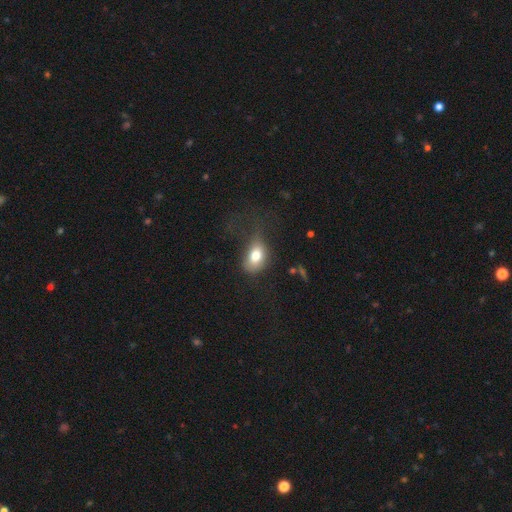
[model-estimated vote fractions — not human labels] Smooth or featured: smooth — 76% (featured or disk — 14%)
How rounded: in between — 82% (round — 16%)
Merging: none — 40% (major disturbance — 29%)